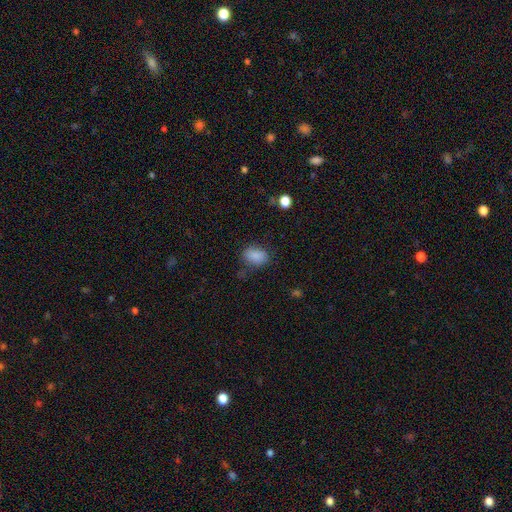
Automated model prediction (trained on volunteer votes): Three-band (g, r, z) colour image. It shows a smooth galaxy with no disk features (85%) that is in between round and cigar-shaped (77%). Merging: none (69%).